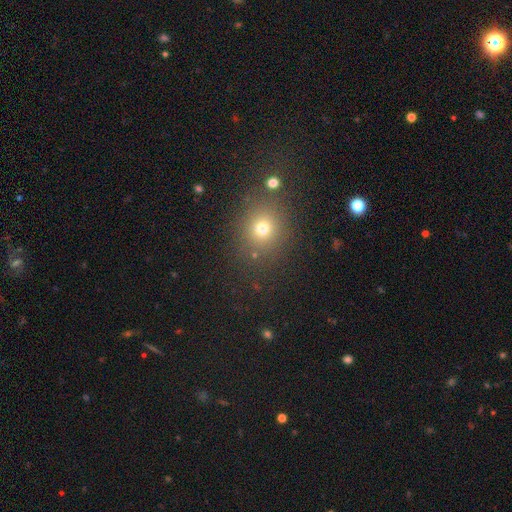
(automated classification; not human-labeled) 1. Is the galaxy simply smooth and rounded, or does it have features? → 62% smooth, 29% star or artifact, 9% featured or disk.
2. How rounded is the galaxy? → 70% round, 28% in between, 1% cigar-shaped.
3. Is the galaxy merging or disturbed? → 81% none, 9% minor disturbance, 6% merger, 4% major disturbance.